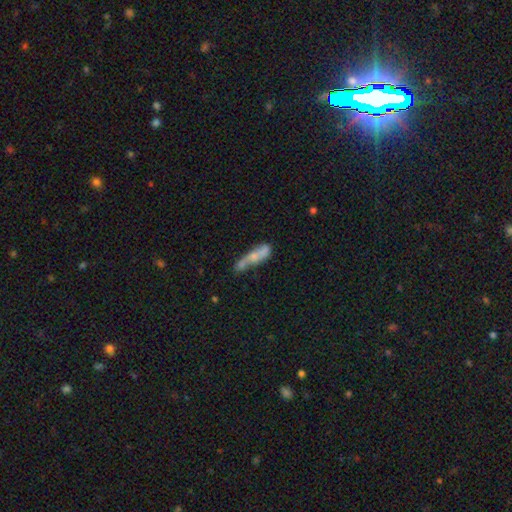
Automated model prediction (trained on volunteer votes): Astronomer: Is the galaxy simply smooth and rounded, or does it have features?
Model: smooth — 50% (runner-up: featured or disk, 42%).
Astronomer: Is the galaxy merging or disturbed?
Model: none — 37% (runner-up: merger, 24%).